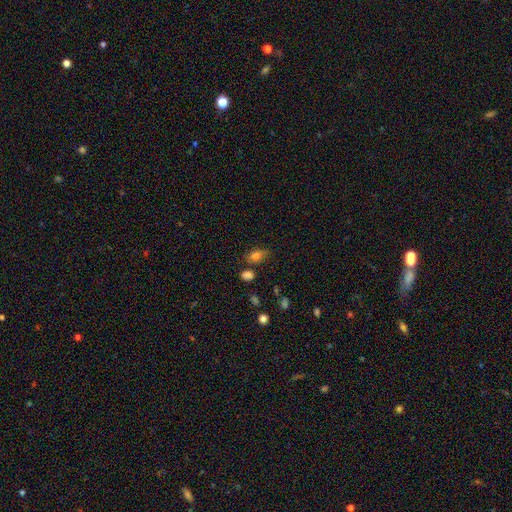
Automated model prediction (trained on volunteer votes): This is likely a smooth galaxy (80%). How rounded: clearly in between (81%). Merging: likely none (65%).